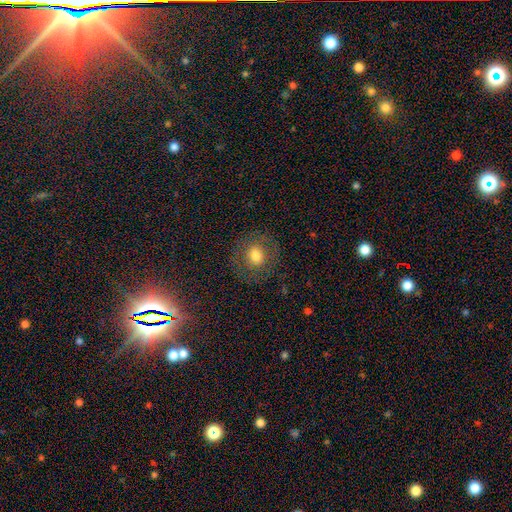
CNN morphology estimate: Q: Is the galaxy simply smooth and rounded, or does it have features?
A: smooth — 68%.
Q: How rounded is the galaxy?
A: round — 79%.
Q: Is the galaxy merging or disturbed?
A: none — 84%.